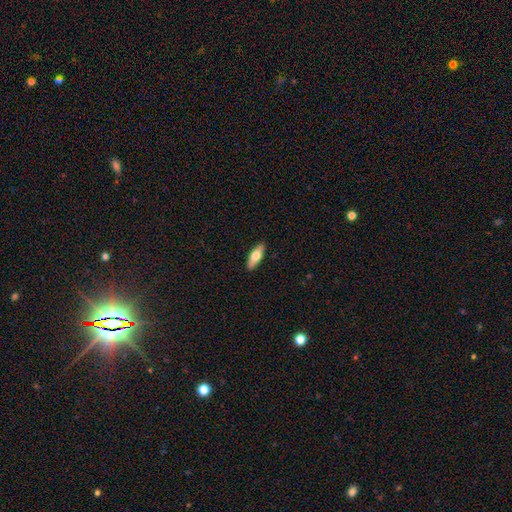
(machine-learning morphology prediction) Smooth or featured?
  - smooth: 65% *
  - featured or disk: 30%
  - star or artifact: 6%
How rounded?
  - in between: 62% *
  - cigar-shaped: 35%
  - round: 2%
Merging?
  - none: 90% *
  - minor disturbance: 8%
  - major disturbance: 2%
  - merger: 1%